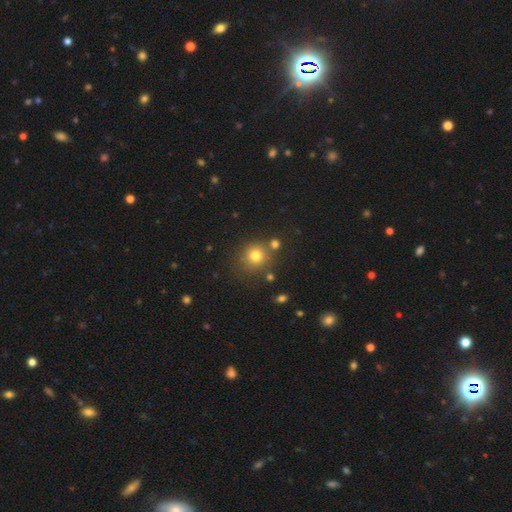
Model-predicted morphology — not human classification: A smooth galaxy with no disk features (77%) that is round (88%).

Vote fractions:
- Smooth or featured? smooth: 77% / star or artifact: 15% / featured or disk: 8%
- How rounded? round: 88% / in between: 11% / cigar-shaped: 1%
- Merging? none: 75% / merger: 11% / minor disturbance: 10% / major disturbance: 4%